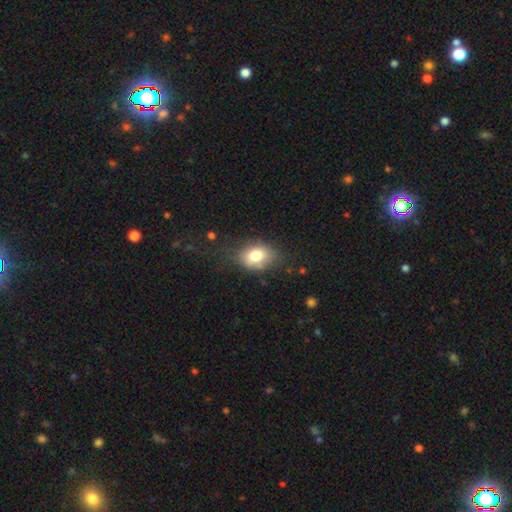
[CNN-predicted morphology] This appears to be a smooth galaxy with no disk features (76%) that is in between round and cigar-shaped (69%). Merging: none (67%).